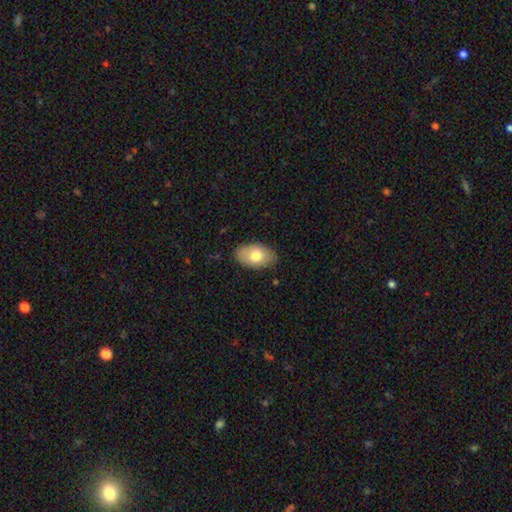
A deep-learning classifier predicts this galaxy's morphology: smooth-or-featured: smooth: 74% | featured or disk: 20% | star or artifact: 7%
  how-rounded: in between: 91% | round: 8% | cigar-shaped: 1%
  merging: none: 83% | minor disturbance: 13% | major disturbance: 3% | merger: 1%